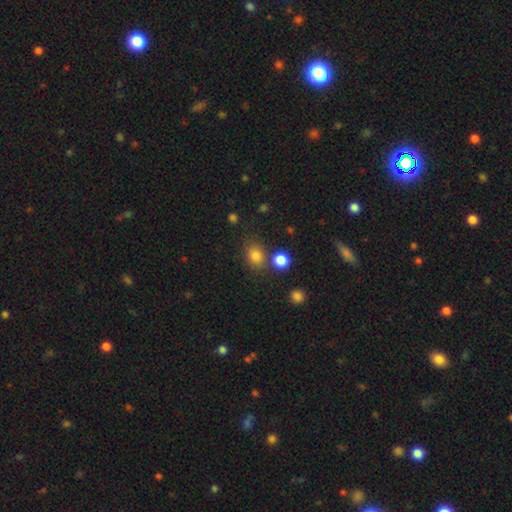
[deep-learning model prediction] Q: Smooth or featured?
A: smooth (81%); runner-up: star or artifact (14%)
Q: How rounded?
A: round (58%); runner-up: in between (41%)
Q: Merging?
A: none (69%); runner-up: merger (14%)